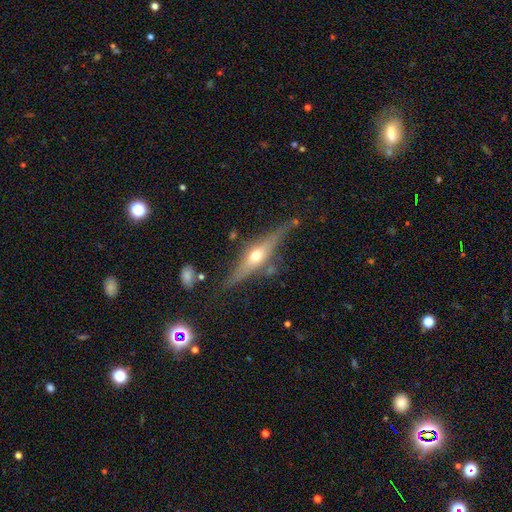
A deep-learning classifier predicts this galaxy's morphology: Smooth or featured? Predicted: featured or disk (p=0.72). Edge-on disk? Predicted: yes (p=0.93). Edge-on bulge? Predicted: rounded (p=0.91). Merging? Predicted: none (p=0.76).